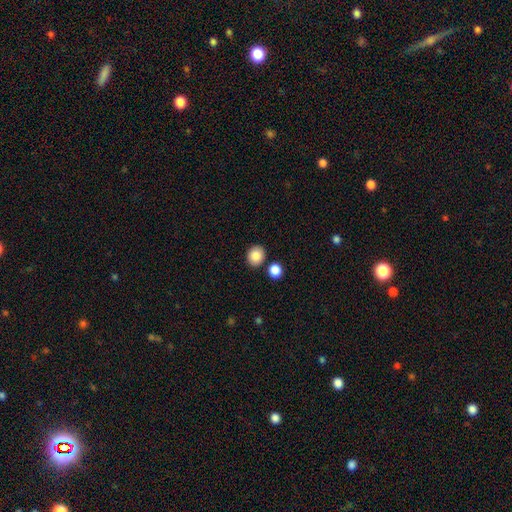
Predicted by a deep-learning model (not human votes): Q: Smooth or featured?
A: smooth (86%); runner-up: star or artifact (9%)
Q: How rounded?
A: round (65%); runner-up: in between (34%)
Q: Merging?
A: none (83%); runner-up: minor disturbance (8%)